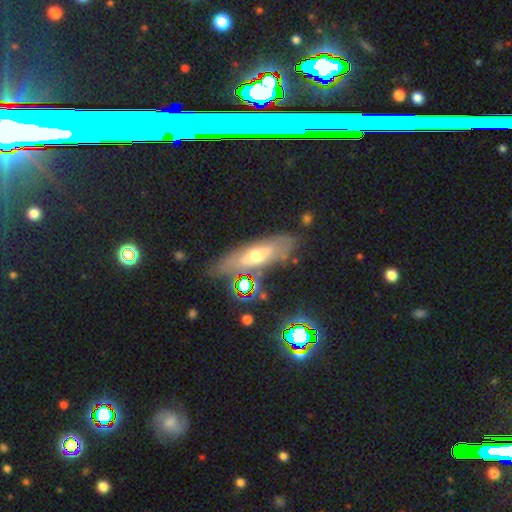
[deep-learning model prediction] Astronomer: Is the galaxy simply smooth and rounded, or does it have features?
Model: featured or disk — 47% (runner-up: smooth, 41%).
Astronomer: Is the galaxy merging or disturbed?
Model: none — 68%.